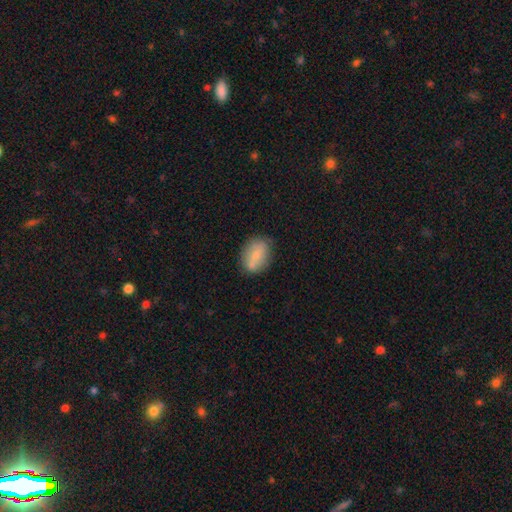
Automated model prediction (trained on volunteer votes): Smooth or featured? Predicted: smooth (p=0.68). How rounded? Predicted: in between (p=0.71). Merging? Predicted: none (p=0.66).